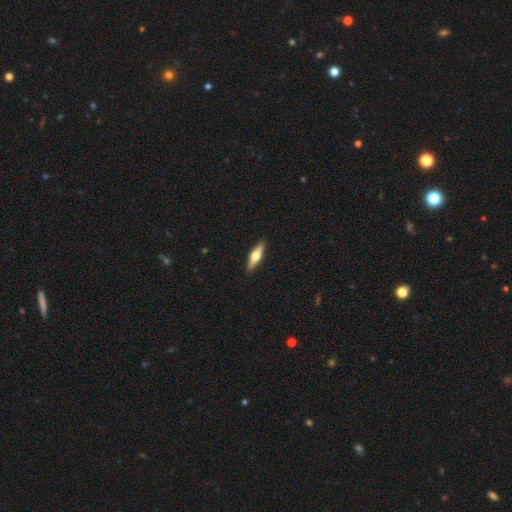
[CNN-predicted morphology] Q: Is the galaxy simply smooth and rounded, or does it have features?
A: featured or disk — 51%.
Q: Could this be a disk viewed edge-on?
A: yes — 95%.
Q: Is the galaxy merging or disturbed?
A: none — 91%.